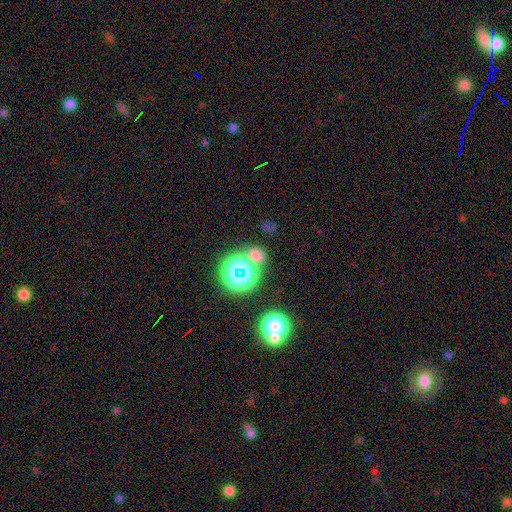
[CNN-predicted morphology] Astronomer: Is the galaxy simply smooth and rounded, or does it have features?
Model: smooth — 50% (runner-up: star or artifact, 42%).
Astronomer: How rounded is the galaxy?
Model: round — 72%.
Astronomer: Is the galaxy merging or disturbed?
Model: none — 63%.